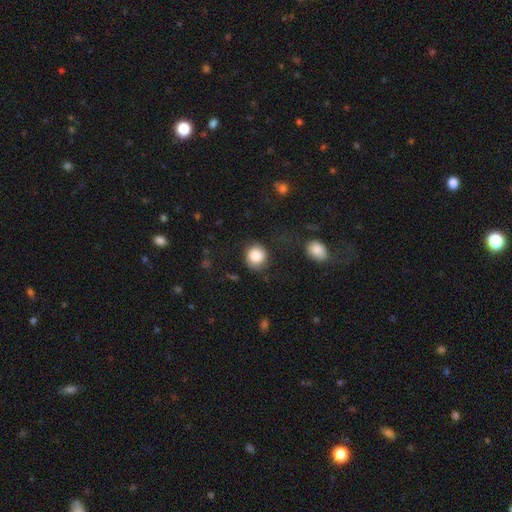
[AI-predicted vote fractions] The model was most divided on "merging": none: 76%, minor disturbance: 16%, major disturbance: 6%, merger: 3%. More confident: smooth or featured — smooth (86%); how rounded — round (85%).